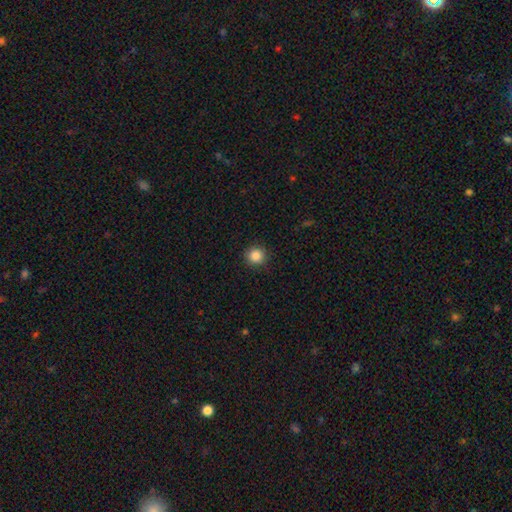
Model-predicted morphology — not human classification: Smooth or featured?
  - smooth: 86% *
  - star or artifact: 10%
  - featured or disk: 3%
How rounded?
  - round: 94% *
  - in between: 5%
  - cigar-shaped: 1%
Merging?
  - none: 91% *
  - minor disturbance: 6%
  - major disturbance: 2%
  - merger: 1%